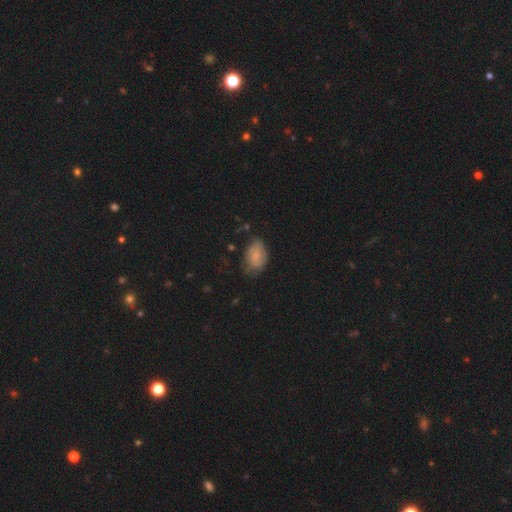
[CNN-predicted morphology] Smooth or featured: smooth — 67% (featured or disk — 24%)
How rounded: in between — 88% (round — 11%)
Merging: none — 57% (minor disturbance — 31%)